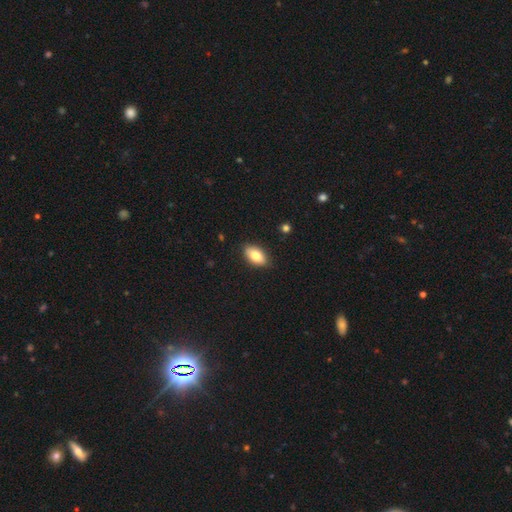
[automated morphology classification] Smooth or featured?
  - smooth: 81% *
  - featured or disk: 12%
  - star or artifact: 7%
How rounded?
  - in between: 92% *
  - round: 5%
  - cigar-shaped: 3%
Merging?
  - none: 87% *
  - minor disturbance: 10%
  - major disturbance: 2%
  - merger: 1%